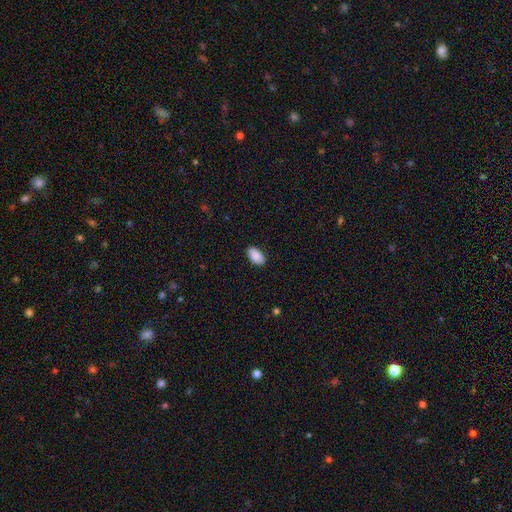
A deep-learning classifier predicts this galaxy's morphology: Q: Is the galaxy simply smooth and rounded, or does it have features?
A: smooth — 90%.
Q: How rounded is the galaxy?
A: in between — 94%.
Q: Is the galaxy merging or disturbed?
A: none — 87%.